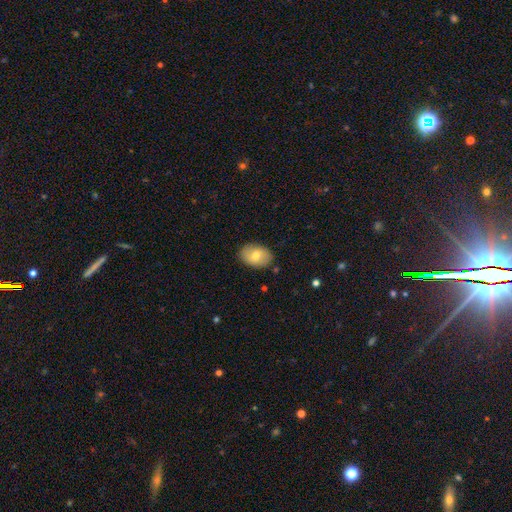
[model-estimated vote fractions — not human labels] smooth 71%, featured or disk 22%, star or artifact 7%. Down the decision tree: how rounded — in between (81%); merging — none (85%).